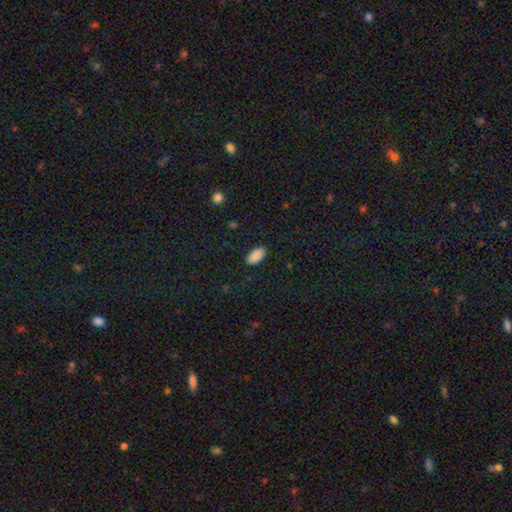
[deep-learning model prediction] Q: Smooth or featured?
A: smooth (89%); runner-up: star or artifact (8%)
Q: How rounded?
A: in between (95%); runner-up: round (3%)
Q: Merging?
A: none (88%); runner-up: minor disturbance (9%)